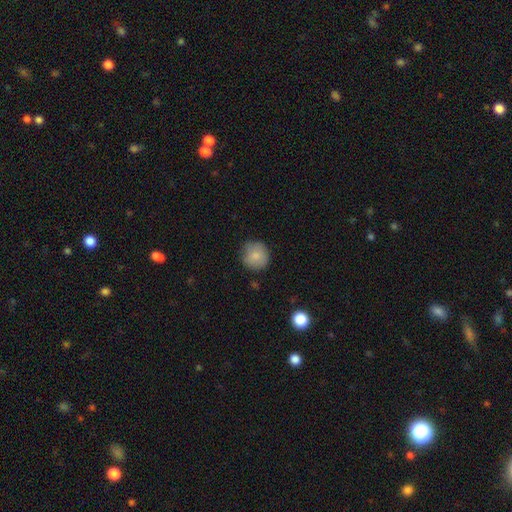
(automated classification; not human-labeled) A smooth galaxy with no disk features (83%) that is round (93%).

Vote fractions:
- Smooth or featured? smooth: 83% / featured or disk: 9% / star or artifact: 8%
- How rounded? round: 93% / in between: 6% / cigar-shaped: 1%
- Merging? none: 82% / minor disturbance: 14% / major disturbance: 3% / merger: 1%